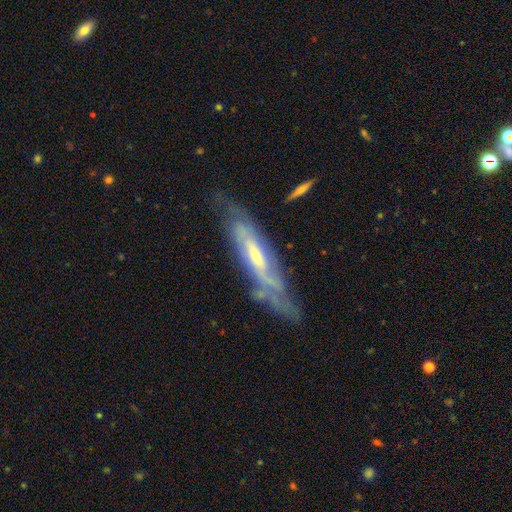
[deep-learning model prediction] Morphology: type=featured or disk (78%); edge-on=no (59%); merging=none (60%).